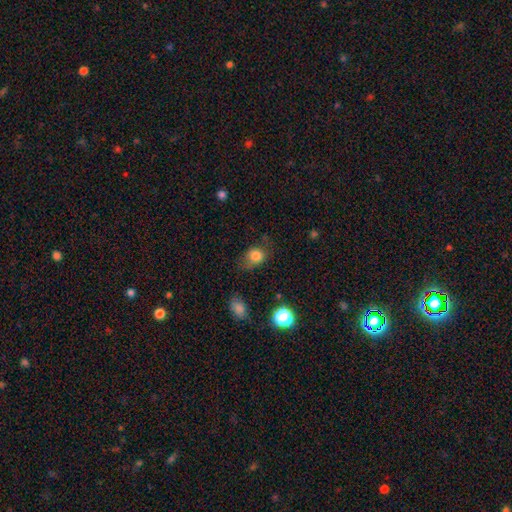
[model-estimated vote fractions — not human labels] Smooth or featured? Predicted: smooth (p=0.81). How rounded? Predicted: round (p=0.52). Merging? Predicted: none (p=0.55).